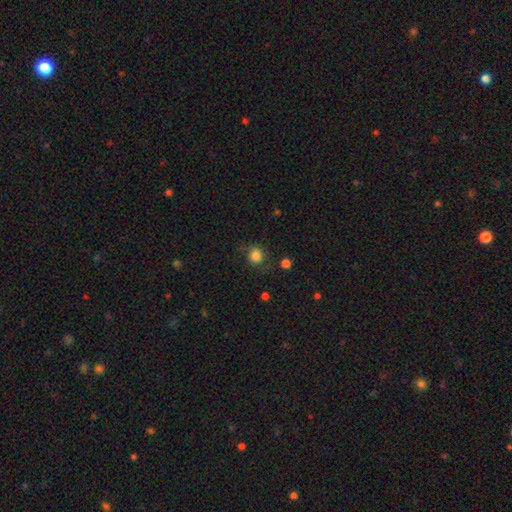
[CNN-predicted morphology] Smooth or featured?
  - smooth: 80% *
  - star or artifact: 11%
  - featured or disk: 9%
How rounded?
  - round: 84% *
  - in between: 15%
  - cigar-shaped: 1%
Merging?
  - none: 68% *
  - minor disturbance: 20%
  - major disturbance: 10%
  - merger: 2%